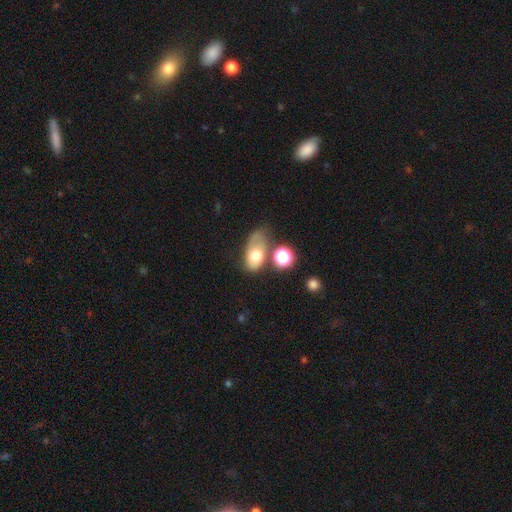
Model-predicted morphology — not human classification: Smooth or featured? smooth (66%)
How rounded? in between (83%)
Merging? none (32%)